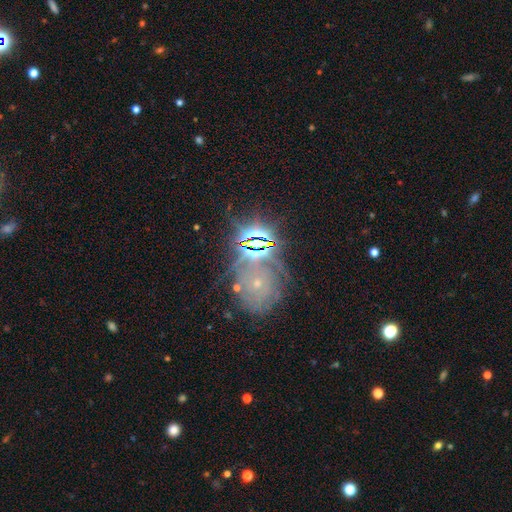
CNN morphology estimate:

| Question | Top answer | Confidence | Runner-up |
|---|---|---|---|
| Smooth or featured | star or artifact | 49% | featured or disk (34%) |